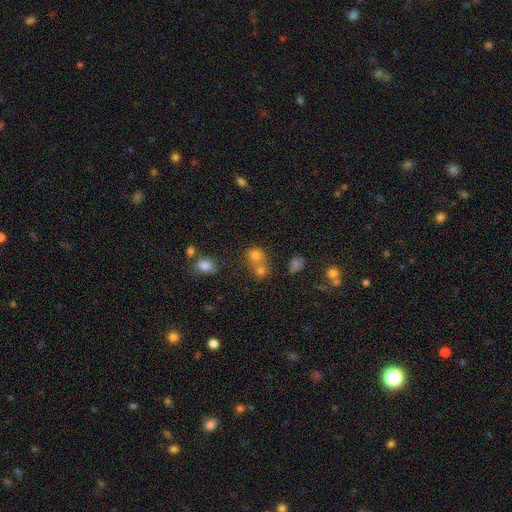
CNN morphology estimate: Smooth or featured? smooth (74%)
How rounded? round (70%)
Merging? merger (51%)